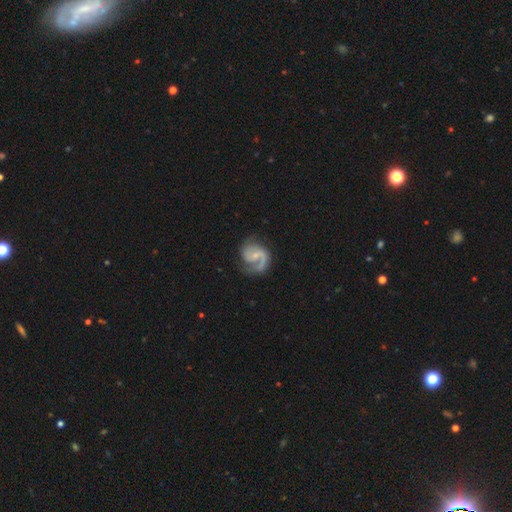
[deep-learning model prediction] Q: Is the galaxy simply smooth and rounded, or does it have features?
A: featured or disk — 87%.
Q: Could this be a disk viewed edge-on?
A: no — 98%.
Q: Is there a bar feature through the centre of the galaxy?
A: no — 49%.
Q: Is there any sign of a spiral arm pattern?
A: yes — 97%.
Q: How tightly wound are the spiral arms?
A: medium — 51%.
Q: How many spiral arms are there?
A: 2 — 71%.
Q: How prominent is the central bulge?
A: small — 65%.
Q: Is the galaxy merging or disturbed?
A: none — 66%.